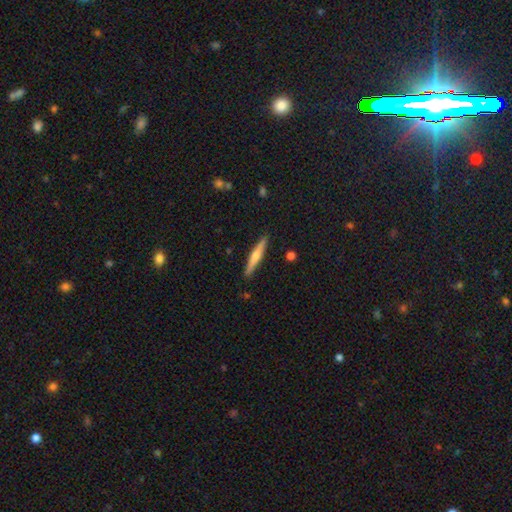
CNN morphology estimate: Smooth or featured: featured or disk — 53% (smooth — 41%)
Edge-on disk: yes — 97% (no — 3%)
Edge-on bulge: rounded — 82% (none — 11%)
Merging: none — 90% (minor disturbance — 7%)